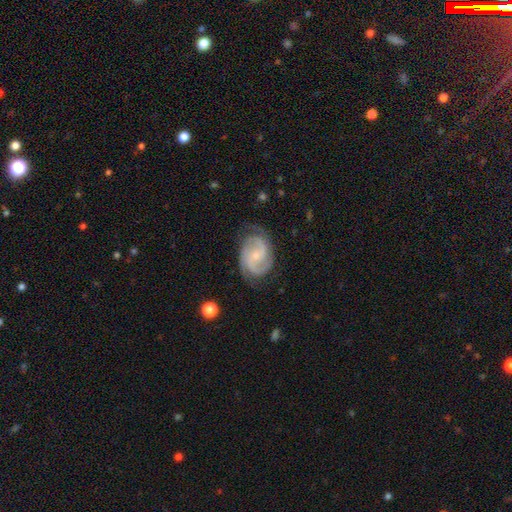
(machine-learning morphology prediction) smooth-or-featured: featured or disk: 88% | smooth: 7% | star or artifact: 5%
  disk-edge-on: no: 98% | yes: 2%
    bar: no: 55% | weak: 36% | strong: 8%
    has-spiral-arms: yes: 98% | no: 2%
      spiral-winding: medium: 49% | tight: 40% | loose: 11%
      spiral-arm-count: 2: 63% | 3: 21% | can't tell: 7% | 4: 3% | 1: 3% | more than 4: 3%
    bulge-size: small: 73% | moderate: 21% | none: 4% | large: 1% | dominant: 1%
  merging: none: 74% | minor disturbance: 19% | major disturbance: 6% | merger: 1%